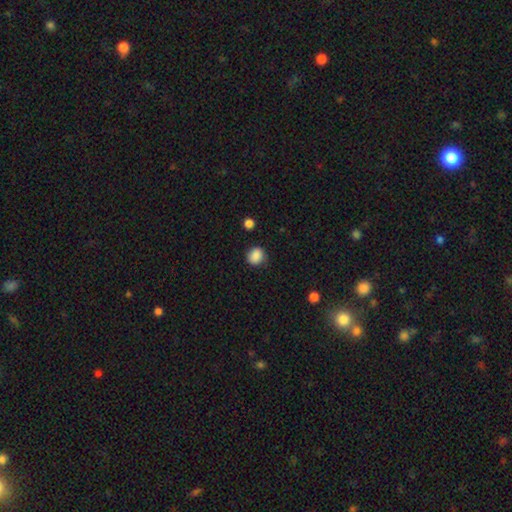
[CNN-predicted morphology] smooth_or_featured: smooth (p=0.87) [alt: star or artifact p=0.09]
how_rounded: round (p=0.75) [alt: in between p=0.24]
merging: none (p=0.80) [alt: minor disturbance p=0.14]